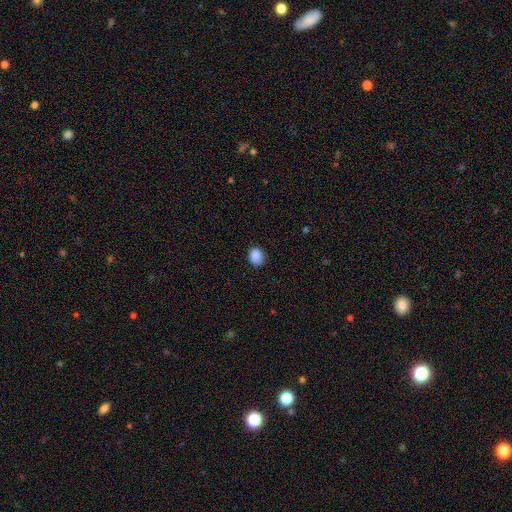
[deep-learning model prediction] smooth 87%, star or artifact 9%, featured or disk 4%. Down the decision tree: how rounded — round (62%); merging — none (81%).